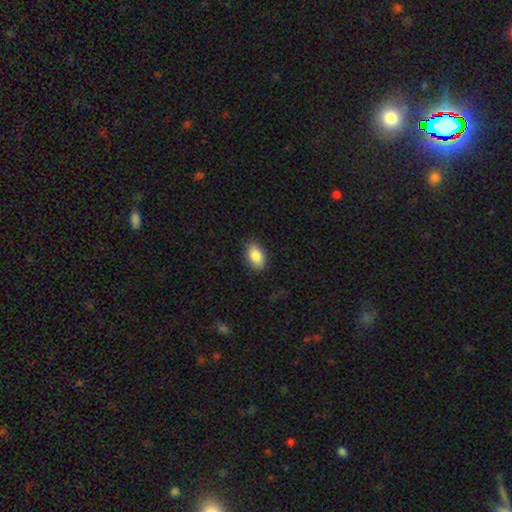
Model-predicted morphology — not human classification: A smooth galaxy with no disk features (88%) that is in between round and cigar-shaped (92%). Merging: none (88%).